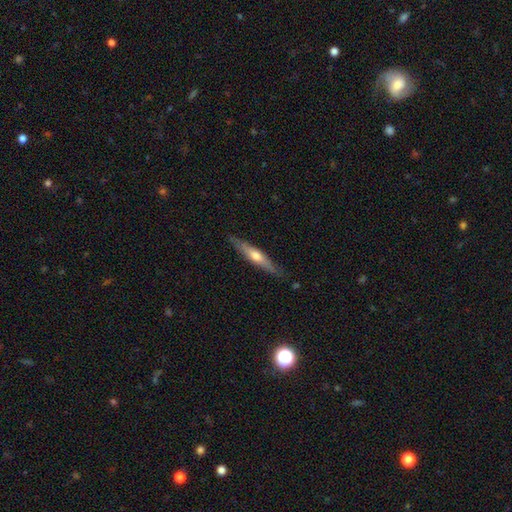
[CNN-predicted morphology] Smooth or featured? featured or disk (56%)
Edge-on disk? yes (93%)
Edge-on bulge? rounded (85%)
Merging? none (85%)